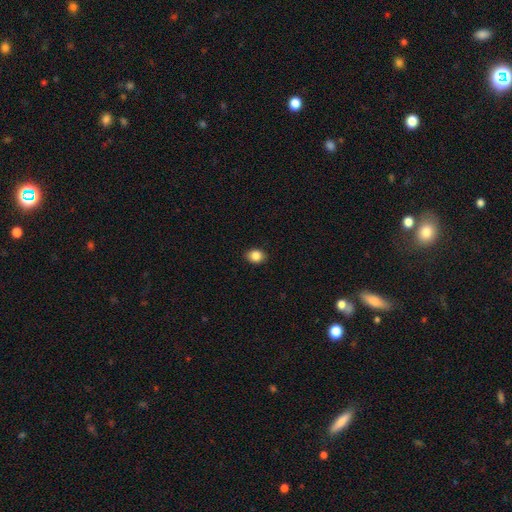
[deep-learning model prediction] Q: Smooth or featured?
A: smooth (87%); runner-up: star or artifact (9%)
Q: How rounded?
A: in between (53%); runner-up: round (46%)
Q: Merging?
A: none (89%); runner-up: minor disturbance (8%)